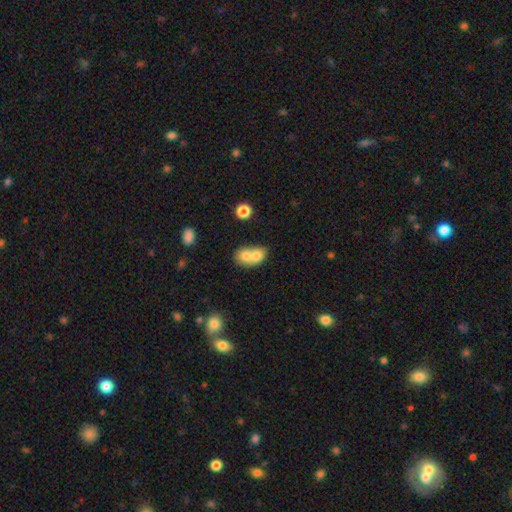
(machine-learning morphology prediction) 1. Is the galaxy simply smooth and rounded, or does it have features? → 72% smooth, 20% featured or disk, 8% star or artifact.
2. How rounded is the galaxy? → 54% in between, 44% round, 1% cigar-shaped.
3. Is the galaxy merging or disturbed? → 75% merger, 17% none, 5% minor disturbance, 3% major disturbance.